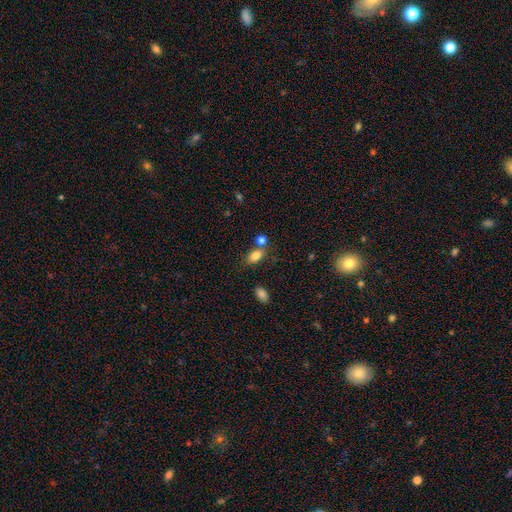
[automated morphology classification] Smooth or featured: smooth — 82% (star or artifact — 9%)
How rounded: in between — 85% (round — 11%)
Merging: none — 62% (merger — 20%)